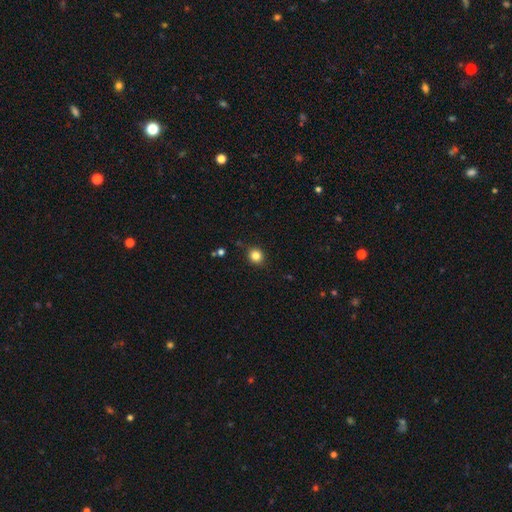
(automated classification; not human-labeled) Q: Smooth or featured?
A: smooth (83%); runner-up: star or artifact (12%)
Q: How rounded?
A: round (85%); runner-up: in between (14%)
Q: Merging?
A: none (88%); runner-up: minor disturbance (9%)